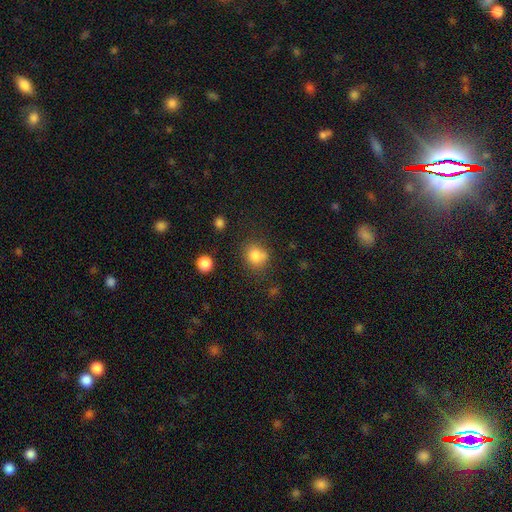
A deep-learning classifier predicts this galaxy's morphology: This appears to be a smooth galaxy with no disk features (81%) that is round (77%). Merging: none (65%).